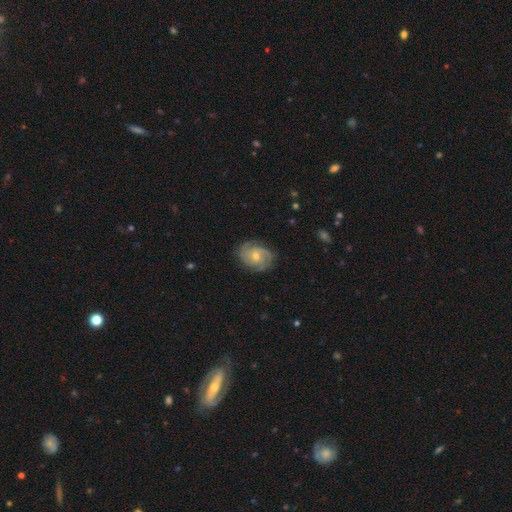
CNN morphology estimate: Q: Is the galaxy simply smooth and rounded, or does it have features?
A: featured or disk — 81%.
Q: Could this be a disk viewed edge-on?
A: no — 97%.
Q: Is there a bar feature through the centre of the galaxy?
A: no — 72%.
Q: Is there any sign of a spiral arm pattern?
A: yes — 96%.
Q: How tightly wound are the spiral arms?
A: tight — 58%.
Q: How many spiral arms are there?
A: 3 — 33%.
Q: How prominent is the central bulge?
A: moderate — 49%.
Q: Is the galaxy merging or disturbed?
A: none — 80%.